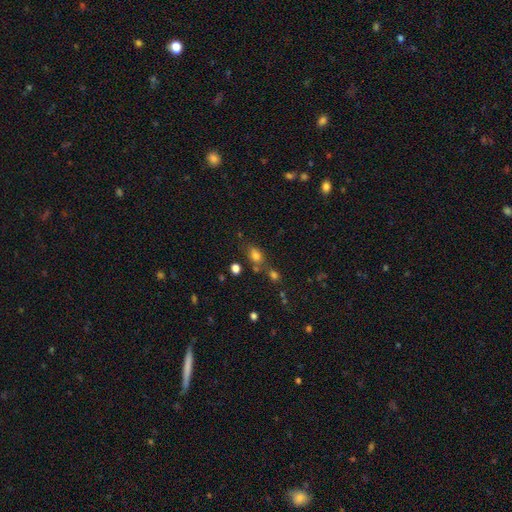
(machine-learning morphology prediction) Q: Smooth or featured?
A: smooth (75%); runner-up: star or artifact (16%)
Q: How rounded?
A: in between (68%); runner-up: round (29%)
Q: Merging?
A: none (59%); runner-up: merger (20%)